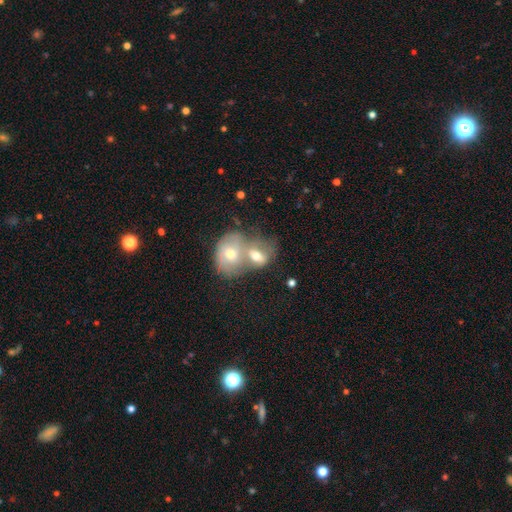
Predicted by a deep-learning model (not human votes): Smooth or featured? smooth (52%)
How rounded? in between (62%)
Merging? merger (76%)